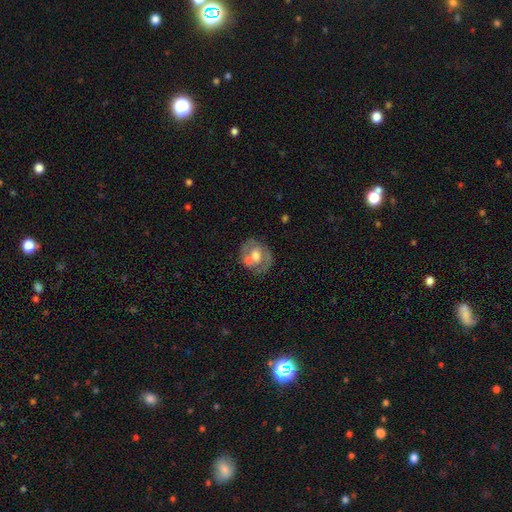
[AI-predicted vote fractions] Smooth or featured: featured or disk — 56% (smooth — 38%)
Edge-on disk: no — 95% (yes — 5%)
Bar: no — 59% (weak — 30%)
Spiral arms: no — 65% (yes — 35%)
Bulge size: moderate — 64% (large — 18%)
Merging: none — 52% (merger — 24%)